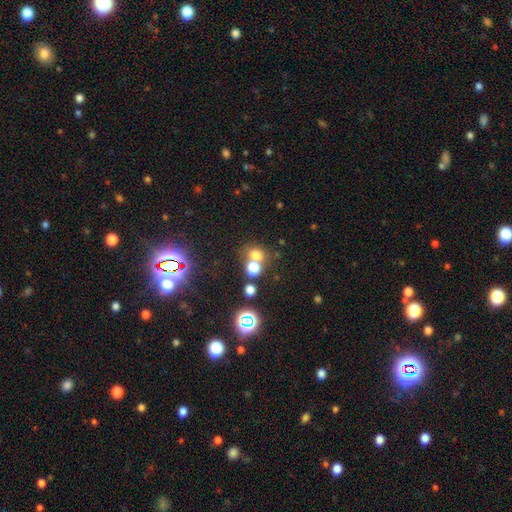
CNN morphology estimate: Q: Smooth or featured?
A: smooth (67%); runner-up: star or artifact (23%)
Q: How rounded?
A: round (70%); runner-up: in between (29%)
Q: Merging?
A: none (47%); runner-up: merger (40%)